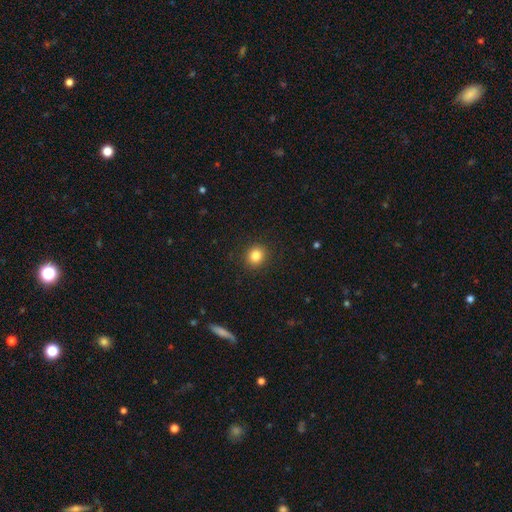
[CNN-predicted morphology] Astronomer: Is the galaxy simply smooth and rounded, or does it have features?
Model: smooth — 83%.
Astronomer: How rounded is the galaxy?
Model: round — 85%.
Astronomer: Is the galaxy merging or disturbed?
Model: none — 91%.